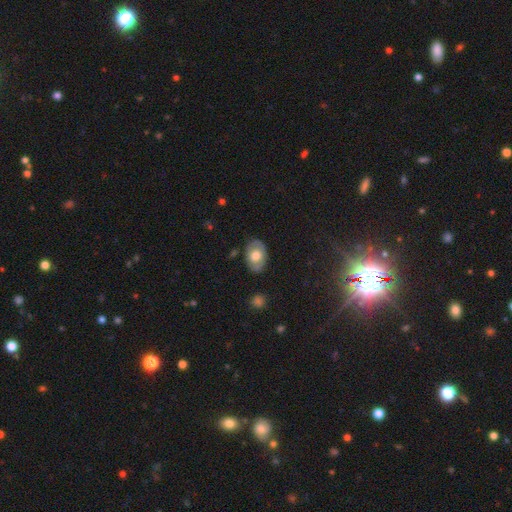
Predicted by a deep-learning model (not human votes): smooth 55%, featured or disk 39%, star or artifact 6%. Down the decision tree: how rounded — in between (84%); merging — none (79%).